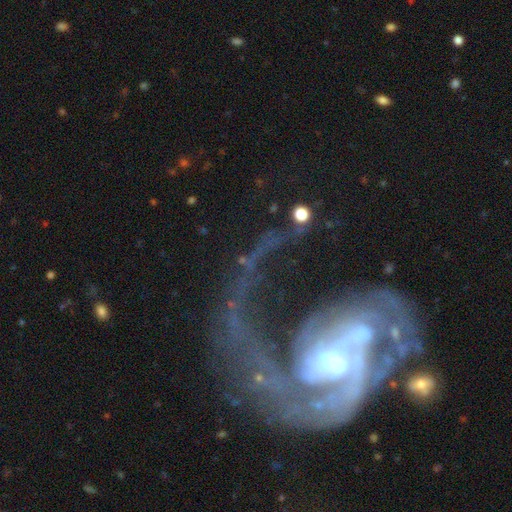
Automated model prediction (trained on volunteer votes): Morphology: type=featured or disk (87%); edge-on=no (97%); bar=weak (42%); spiral arms=yes (91%); winding=loose (41%); arm count=2 (48%); bulge=moderate (52%); merging=major disturbance (44%).